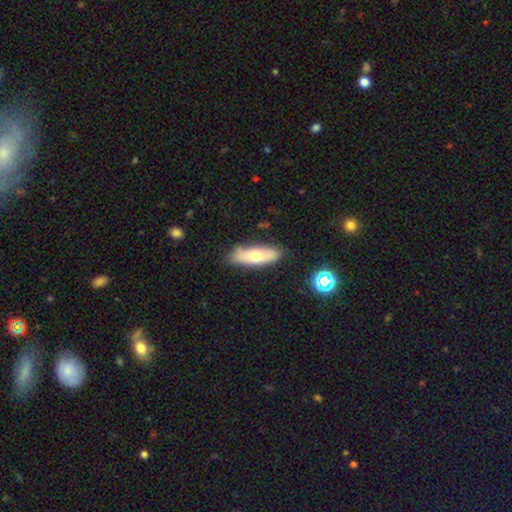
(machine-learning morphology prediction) type=smooth (58%); roundness=in between (61%); merging=none (81%).